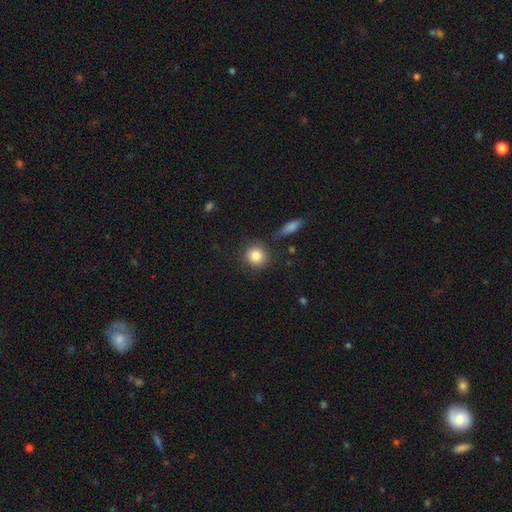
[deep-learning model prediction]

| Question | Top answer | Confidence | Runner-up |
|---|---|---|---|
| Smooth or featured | smooth | 84% | star or artifact (9%) |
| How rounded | round | 88% | in between (10%) |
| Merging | none | 83% | minor disturbance (9%) |